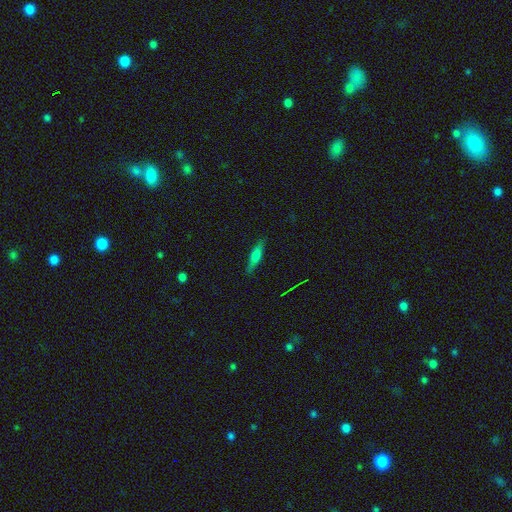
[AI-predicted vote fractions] Smooth or featured: smooth — 53% (featured or disk — 38%)
How rounded: cigar-shaped — 77% (in between — 21%)
Merging: none — 86% (minor disturbance — 10%)